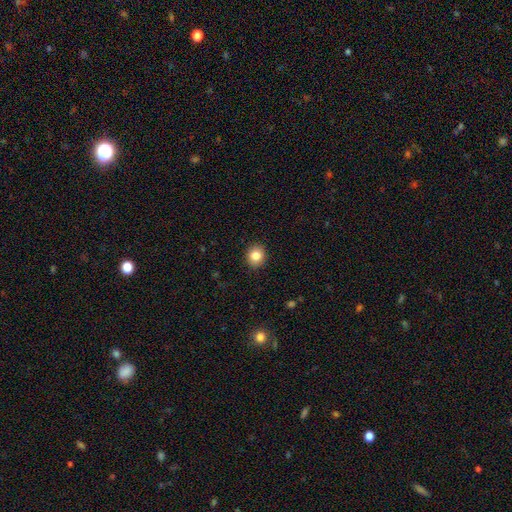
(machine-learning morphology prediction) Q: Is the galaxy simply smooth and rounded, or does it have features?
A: smooth — 84%.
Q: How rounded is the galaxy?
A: round — 82%.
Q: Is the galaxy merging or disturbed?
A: none — 92%.